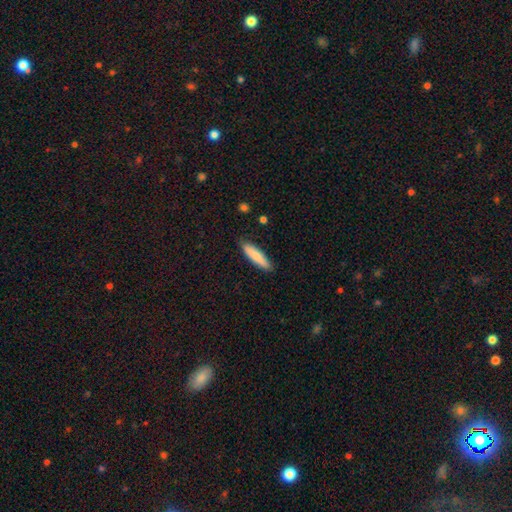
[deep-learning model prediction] smooth_or_featured: smooth (p=0.80) [alt: featured or disk p=0.15]
how_rounded: cigar-shaped (p=0.76) [alt: in between p=0.23]
merging: none (p=0.86) [alt: minor disturbance p=0.10]